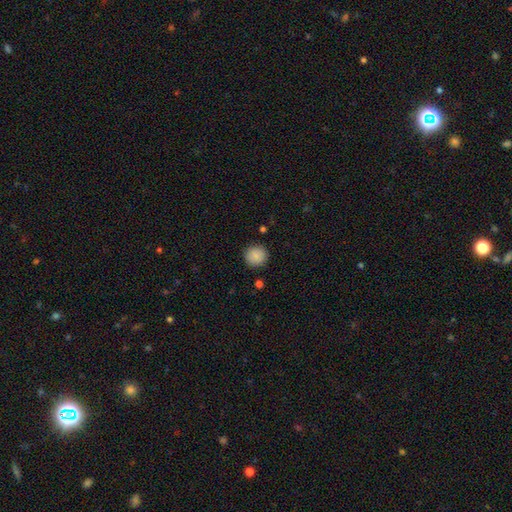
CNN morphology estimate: A smooth galaxy with no disk features (88%) that is round (93%). Merging: none (90%).